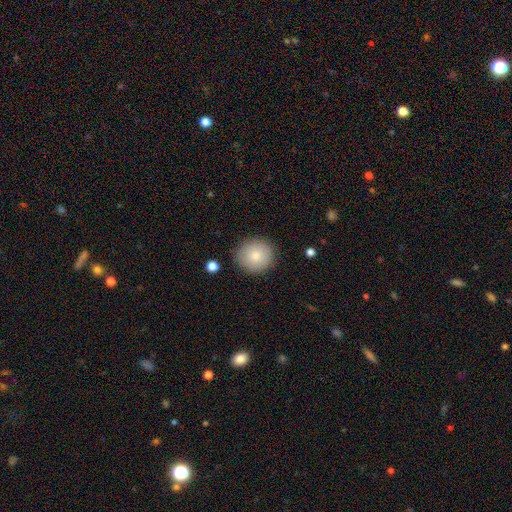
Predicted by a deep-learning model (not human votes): A smooth galaxy with no disk features (83%) that is round (91%).

Vote fractions:
- Smooth or featured? smooth: 83% / featured or disk: 10% / star or artifact: 8%
- How rounded? round: 91% / in between: 8% / cigar-shaped: 1%
- Merging? none: 88% / minor disturbance: 8% / major disturbance: 2% / merger: 1%